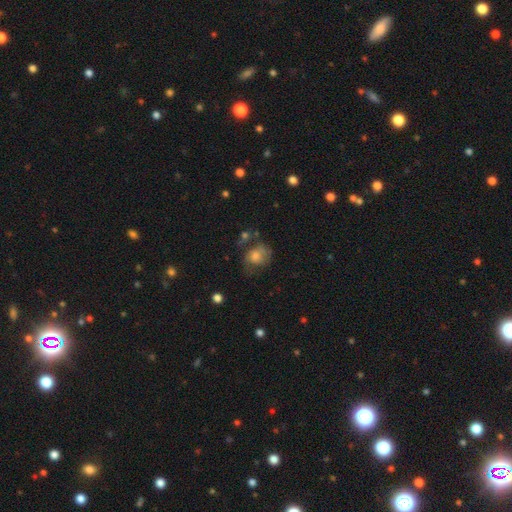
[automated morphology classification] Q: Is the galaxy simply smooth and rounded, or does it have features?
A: smooth — 57%.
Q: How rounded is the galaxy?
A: round — 59%.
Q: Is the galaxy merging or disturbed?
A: none — 44%.